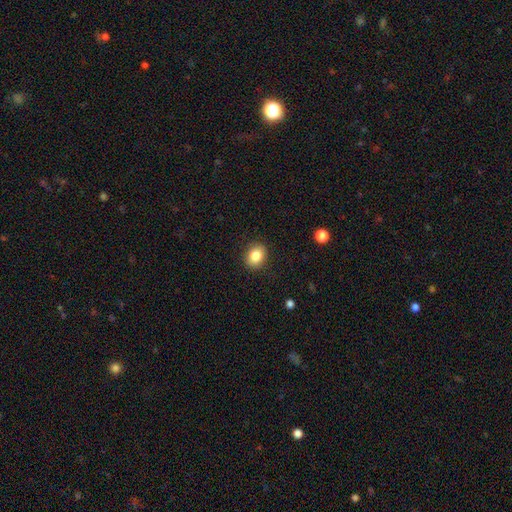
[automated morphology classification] Smooth or featured? smooth (84%)
How rounded? round (52%)
Merging? none (89%)